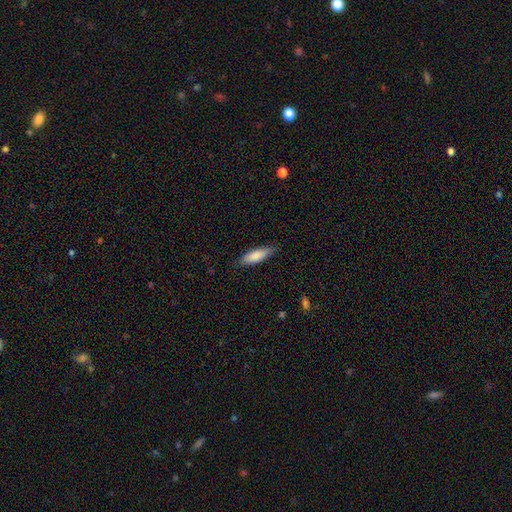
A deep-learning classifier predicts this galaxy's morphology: smooth-or-featured: smooth: 83% | featured or disk: 11% | star or artifact: 6%
  how-rounded: cigar-shaped: 50% | in between: 48% | round: 2%
  merging: none: 83% | minor disturbance: 14% | major disturbance: 2% | merger: 1%